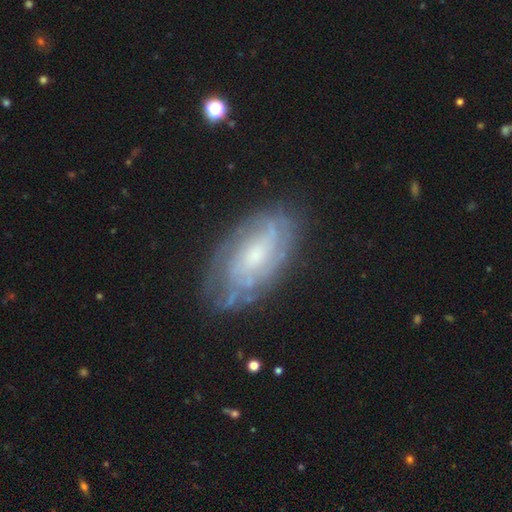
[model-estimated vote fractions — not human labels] smooth-or-featured: featured or disk: 75% | smooth: 18% | star or artifact: 7%
  disk-edge-on: no: 93% | yes: 7%
    bar: no: 65% | weak: 29% | strong: 6%
    has-spiral-arms: yes: 86% | no: 14%
      spiral-winding: tight: 63% | medium: 28% | loose: 9%
      spiral-arm-count: can't tell: 53% | 2: 21% | 3: 10% | 4: 6% | 1: 5% | more than 4: 5%
    bulge-size: small: 52% | moderate: 36% | none: 6% | large: 5% | dominant: 1%
  merging: none: 74% | minor disturbance: 18% | major disturbance: 6% | merger: 2%